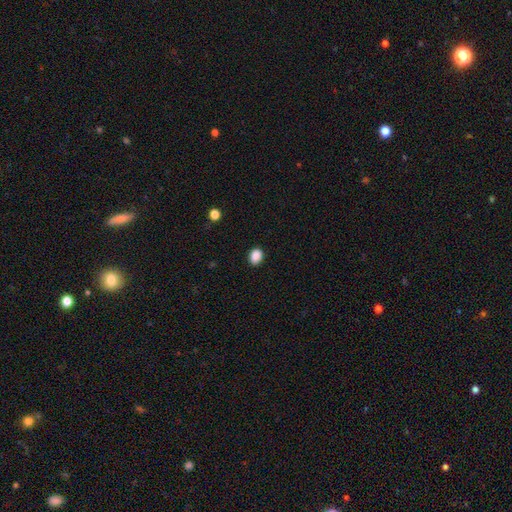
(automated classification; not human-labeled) Morphology: type=smooth (89%); roundness=in between (60%); merging=none (89%).